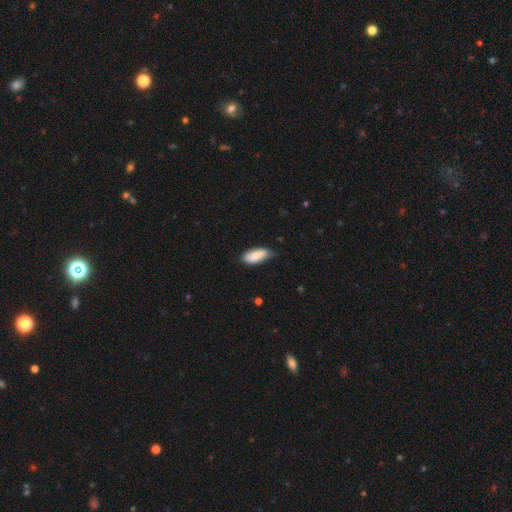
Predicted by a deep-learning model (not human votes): Q: Smooth or featured?
A: smooth (87%); runner-up: featured or disk (7%)
Q: How rounded?
A: in between (84%); runner-up: cigar-shaped (14%)
Q: Merging?
A: none (64%); runner-up: minor disturbance (31%)